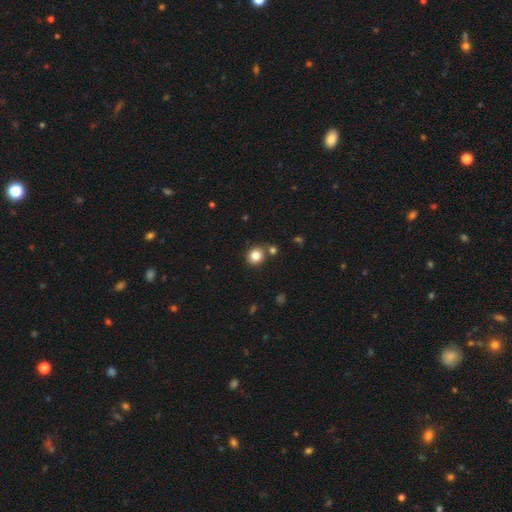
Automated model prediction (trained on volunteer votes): A smooth galaxy with no disk features (82%) that is round (83%). Merging: none (74%).